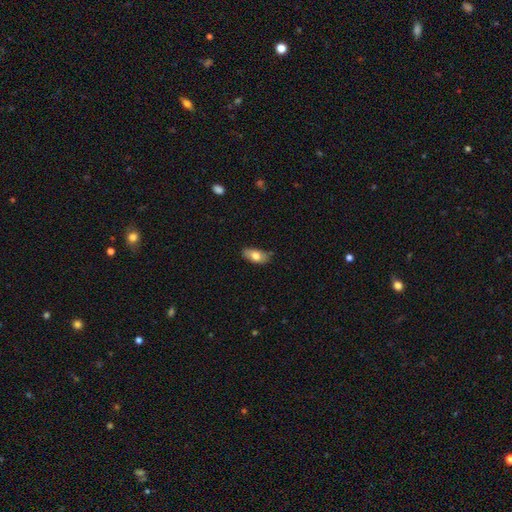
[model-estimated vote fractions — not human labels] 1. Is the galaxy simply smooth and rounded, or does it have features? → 73% smooth, 21% featured or disk, 6% star or artifact.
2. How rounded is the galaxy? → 90% in between, 6% cigar-shaped, 4% round.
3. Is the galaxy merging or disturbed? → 76% none, 19% minor disturbance, 3% major disturbance, 2% merger.